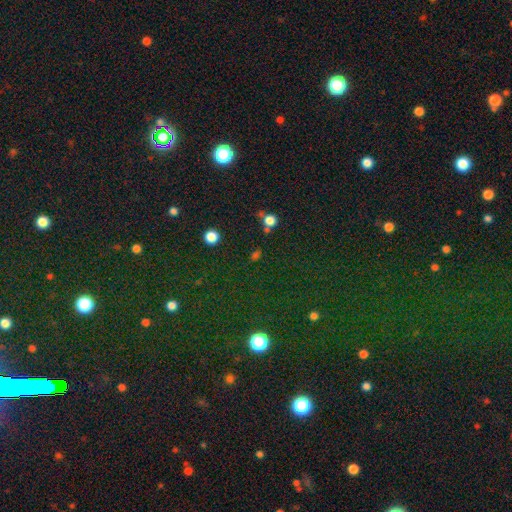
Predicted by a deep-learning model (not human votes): A star or artifact, not a galaxy (55%).

Vote fractions:
- Smooth or featured? star or artifact: 55% / smooth: 36% / featured or disk: 10%